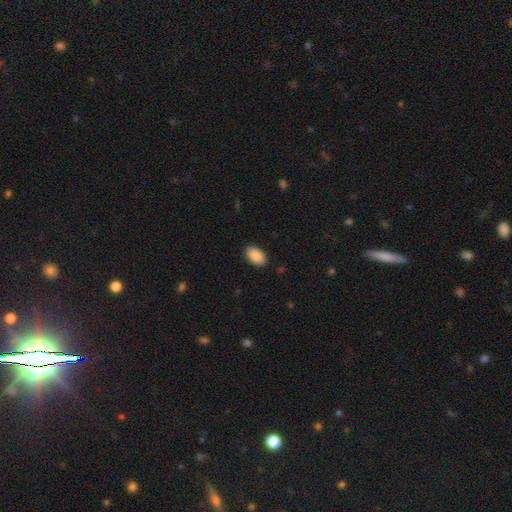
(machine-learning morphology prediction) A smooth galaxy with no disk features (90%) that is in between round and cigar-shaped (94%).

Vote fractions:
- Smooth or featured? smooth: 90% / star or artifact: 6% / featured or disk: 3%
- How rounded? in between: 94% / round: 5% / cigar-shaped: 1%
- Merging? none: 89% / minor disturbance: 8% / major disturbance: 2% / merger: 1%